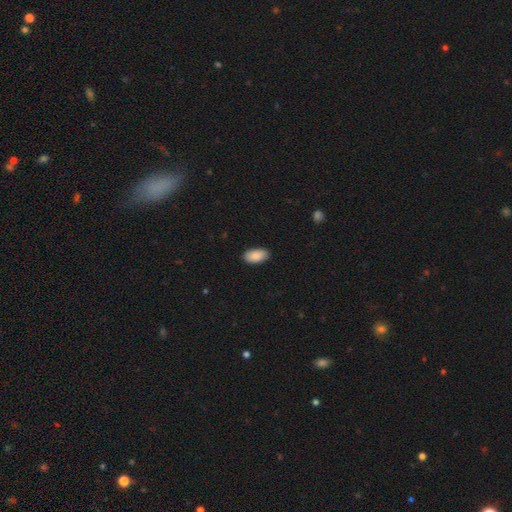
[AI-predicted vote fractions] smooth 90%, star or artifact 6%, featured or disk 4%. Down the decision tree: how rounded — in between (95%); merging — none (88%).